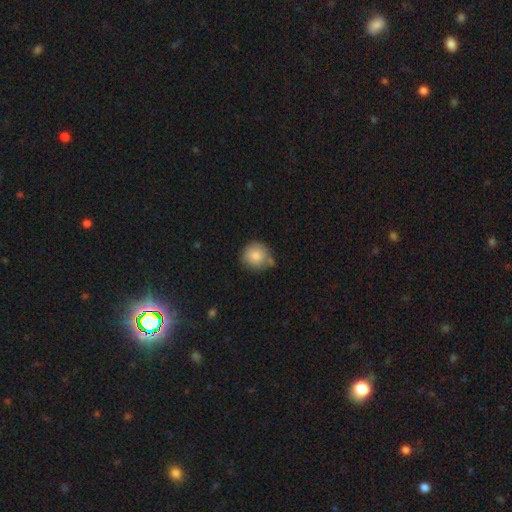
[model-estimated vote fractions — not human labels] Morphology: type=smooth (84%); roundness=round (90%); merging=none (64%).